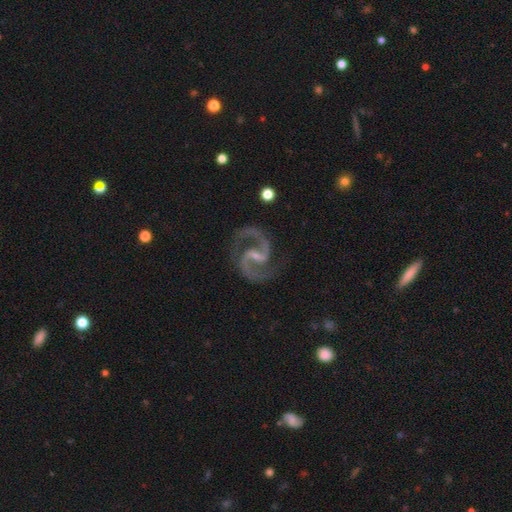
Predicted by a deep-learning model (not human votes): smooth-or-featured: featured or disk: 94% | star or artifact: 4% | smooth: 2%
  disk-edge-on: no: 98% | yes: 2%
    bar: weak: 50% | strong: 33% | no: 17%
    has-spiral-arms: yes: 99% | no: 1%
      spiral-winding: medium: 69% | loose: 18% | tight: 13%
      spiral-arm-count: 2: 95% | can't tell: 1% | 3: 1% | 1: 1% | 4: 1% | more than 4: 1%
    bulge-size: small: 64% | none: 18% | moderate: 16% | large: 1% | dominant: 1%
  merging: none: 81% | minor disturbance: 12% | major disturbance: 5% | merger: 2%